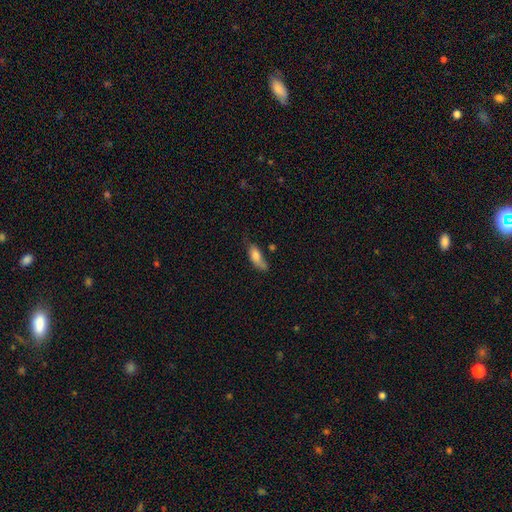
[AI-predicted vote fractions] Smooth or featured? Predicted: smooth (p=0.76). How rounded? Predicted: in between (p=0.68). Merging? Predicted: none (p=0.44).